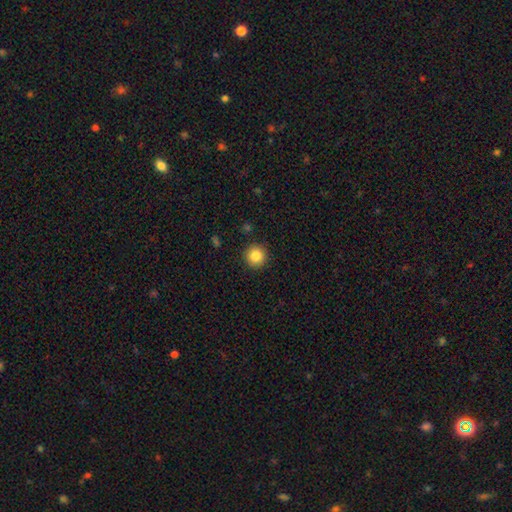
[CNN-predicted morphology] Smooth or featured?
  - smooth: 84% *
  - star or artifact: 10%
  - featured or disk: 5%
How rounded?
  - round: 95% *
  - in between: 4%
  - cigar-shaped: 1%
Merging?
  - none: 92% *
  - minor disturbance: 5%
  - major disturbance: 2%
  - merger: 1%